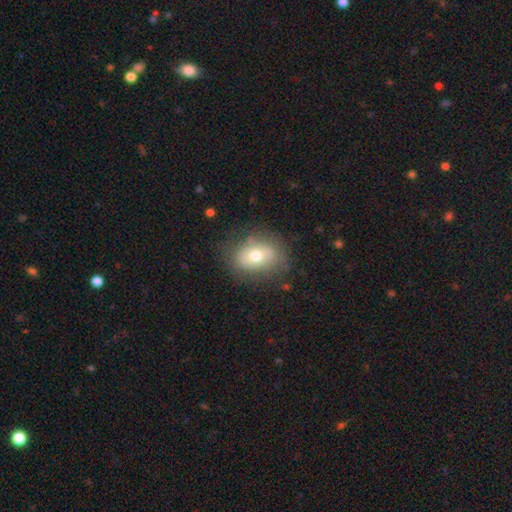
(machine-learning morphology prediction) type=smooth (65%); roundness=in between (69%); merging=none (72%).